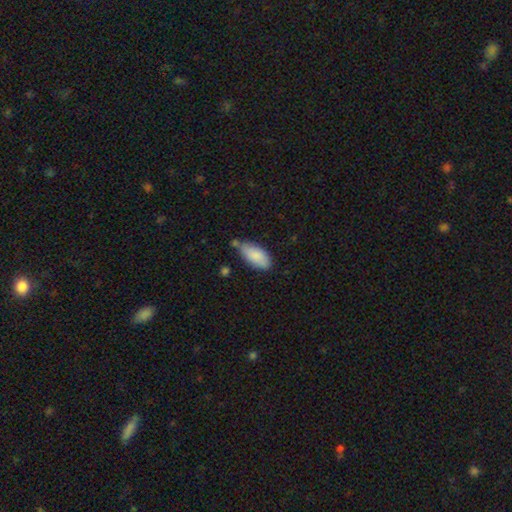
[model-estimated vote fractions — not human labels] smooth 85%, featured or disk 9%, star or artifact 6%. Down the decision tree: how rounded — in between (90%); merging — none (61%).